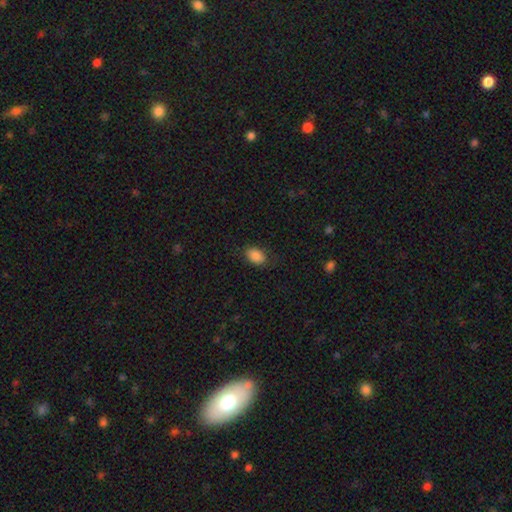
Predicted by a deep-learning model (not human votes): A smooth galaxy with no disk features (88%) that is in between round and cigar-shaped (87%).

Vote fractions:
- Smooth or featured? smooth: 88% / star or artifact: 8% / featured or disk: 4%
- How rounded? in between: 87% / round: 12% / cigar-shaped: 1%
- Merging? none: 81% / minor disturbance: 14% / major disturbance: 4% / merger: 1%